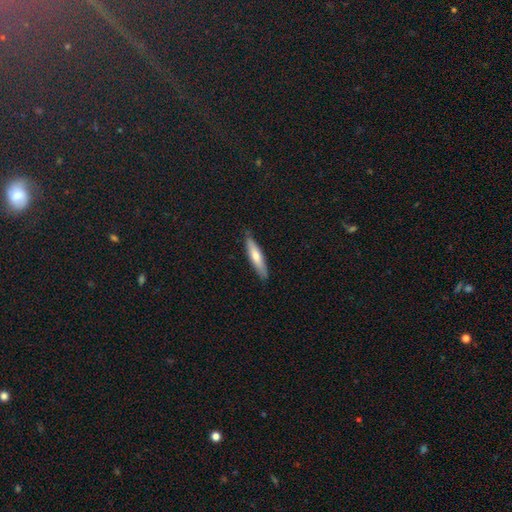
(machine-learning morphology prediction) This is possibly a smooth galaxy (59%). How rounded: clearly cigar-shaped (82%). Merging: clearly none (86%).